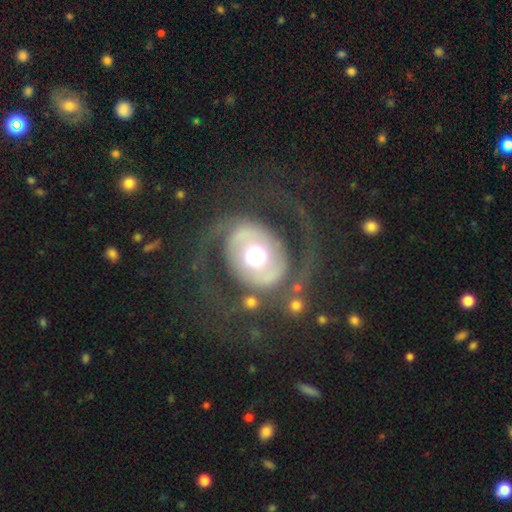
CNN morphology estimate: The model was most divided on "bulge size": moderate: 55%, large: 34%, dominant: 6%, small: 4%, none: 1%. More confident: edge-on disk — no (96%); smooth or featured — featured or disk (75%); merging — none (69%); spiral arms — yes (68%); bar — no (63%).